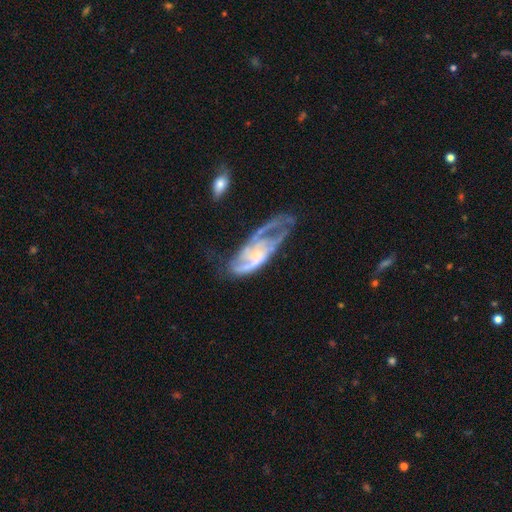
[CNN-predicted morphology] type=featured or disk (79%); edge-on=no (91%); bar=no (64%); spiral arms=yes (81%); winding=medium (41%); arm count=2 (35%, tied with can't tell); bulge=small (62%); merging=major disturbance (42%).